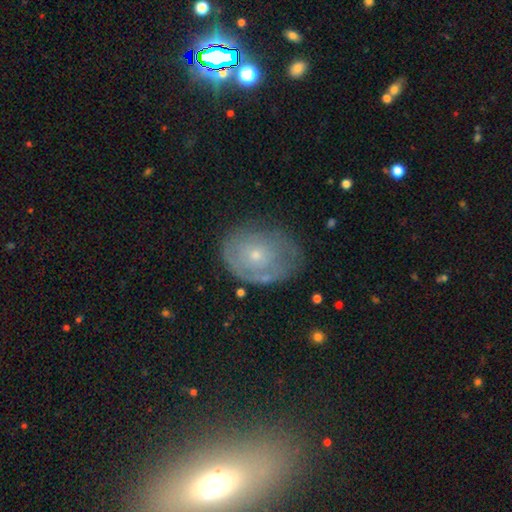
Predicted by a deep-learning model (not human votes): A featured or disk galaxy (51%). Merging: none (60%).